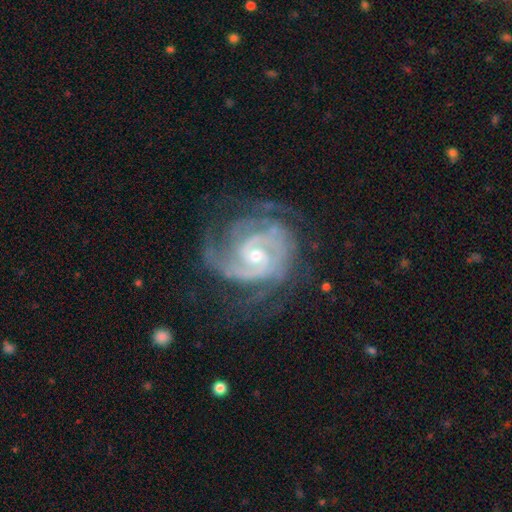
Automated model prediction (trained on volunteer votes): Morphology: type=featured or disk (92%); edge-on=no (98%); bar=no (57%); spiral arms=yes (98%); winding=tight (64%); arm count=2 (39%); bulge=small (57%); merging=none (64%).